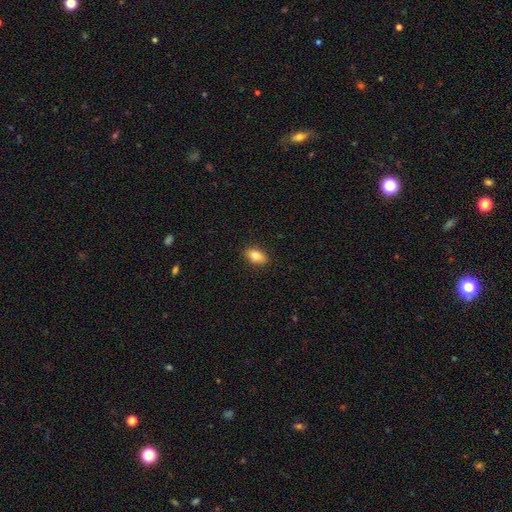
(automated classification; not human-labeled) smooth 82%, featured or disk 10%, star or artifact 8%. Down the decision tree: how rounded — in between (87%); merging — none (89%).